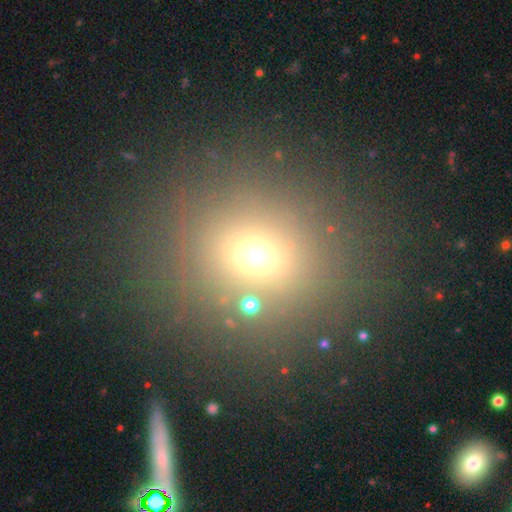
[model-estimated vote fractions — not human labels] Smooth or featured?
  - smooth: 64% *
  - star or artifact: 25%
  - featured or disk: 11%
How rounded?
  - round: 80% *
  - in between: 19%
  - cigar-shaped: 1%
Merging?
  - none: 81% *
  - minor disturbance: 8%
  - merger: 5%
  - major disturbance: 5%